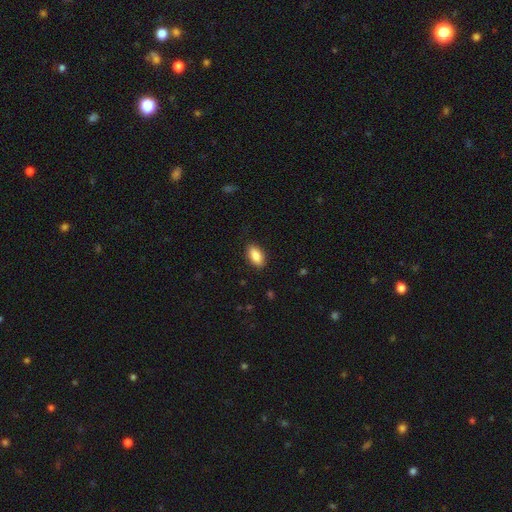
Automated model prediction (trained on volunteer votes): Morphology: type=smooth (87%); roundness=in between (92%); merging=none (87%).